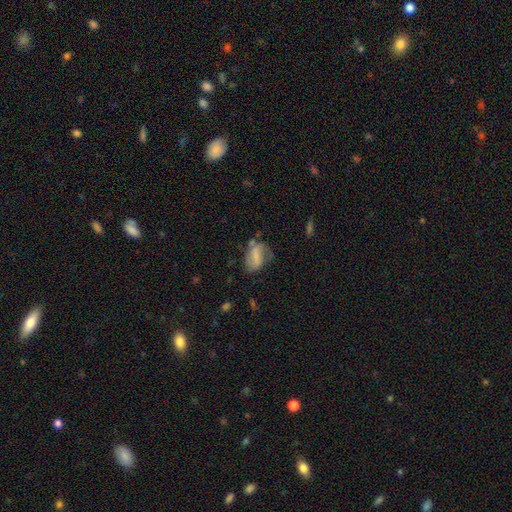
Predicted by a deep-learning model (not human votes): Smooth or featured: smooth — 54% (featured or disk — 36%)
How rounded: in between — 83% (round — 13%)
Merging: none — 40% (minor disturbance — 30%)